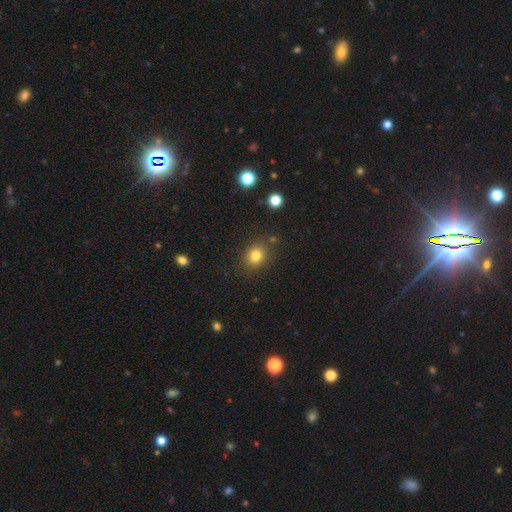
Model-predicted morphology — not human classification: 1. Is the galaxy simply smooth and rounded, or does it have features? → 80% smooth, 13% star or artifact, 7% featured or disk.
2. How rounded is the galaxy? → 63% round, 36% in between, 1% cigar-shaped.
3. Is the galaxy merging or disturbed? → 82% none, 11% minor disturbance, 4% merger, 3% major disturbance.